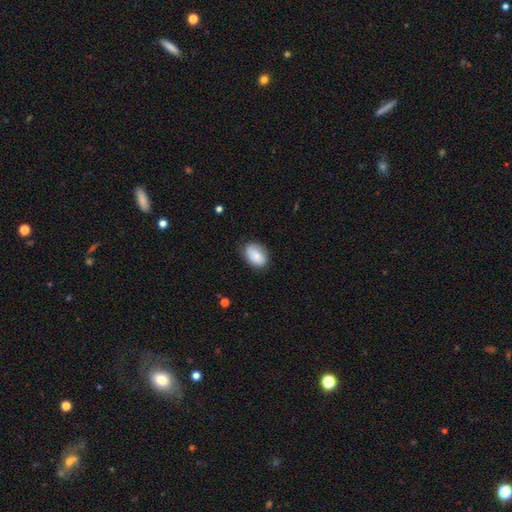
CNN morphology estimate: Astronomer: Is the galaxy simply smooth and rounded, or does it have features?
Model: smooth — 80%.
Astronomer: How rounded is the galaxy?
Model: in between — 87%.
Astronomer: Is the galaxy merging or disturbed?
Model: none — 77%.